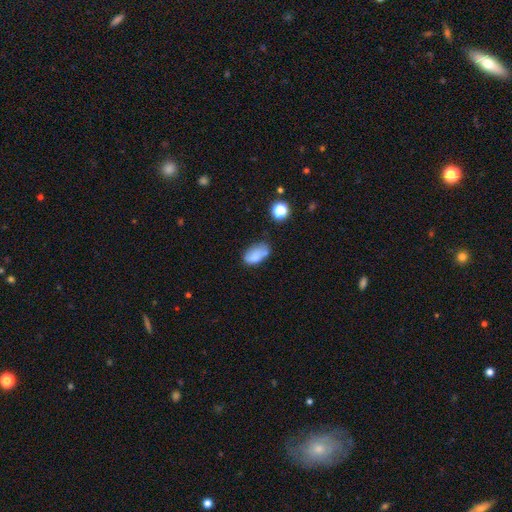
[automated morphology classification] Smooth or featured: smooth — 72% (featured or disk — 17%)
How rounded: in between — 90% (round — 7%)
Merging: none — 47% (minor disturbance — 29%)